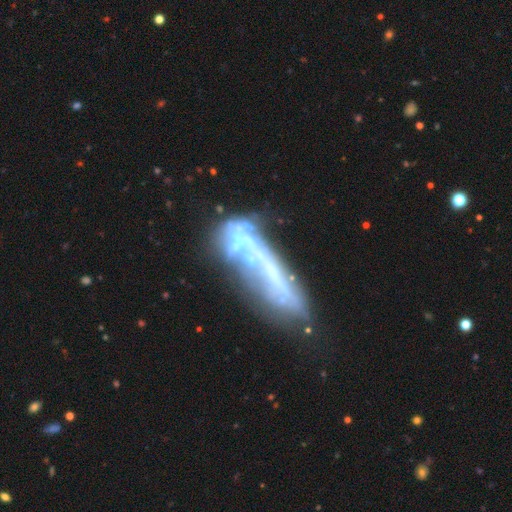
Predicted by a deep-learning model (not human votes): This is likely a featured or disk galaxy (66%). It is likely not viewed edge-on (65%). Merging: marginally none (34%).